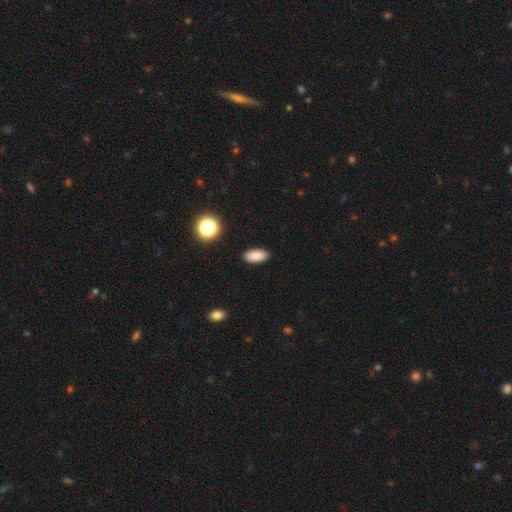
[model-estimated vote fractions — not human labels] A smooth galaxy with no disk features (86%) that is in between round and cigar-shaped (90%).

Vote fractions:
- Smooth or featured? smooth: 86% / star or artifact: 10% / featured or disk: 4%
- How rounded? in between: 90% / cigar-shaped: 6% / round: 4%
- Merging? none: 89% / minor disturbance: 7% / major disturbance: 2% / merger: 1%